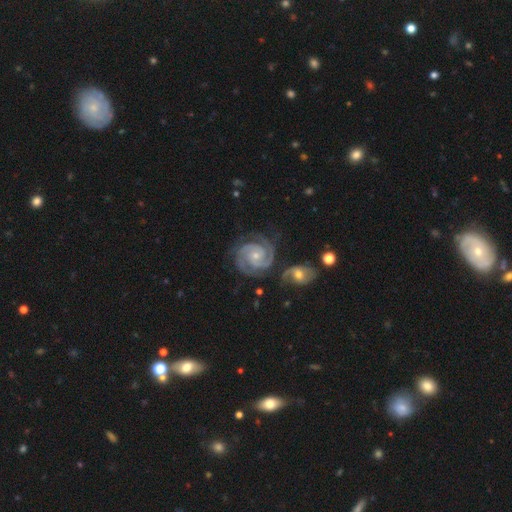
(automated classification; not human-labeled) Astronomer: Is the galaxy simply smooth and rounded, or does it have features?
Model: featured or disk — 93%.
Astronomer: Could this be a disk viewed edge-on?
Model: no — 98%.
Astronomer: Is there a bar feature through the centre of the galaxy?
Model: no — 67%.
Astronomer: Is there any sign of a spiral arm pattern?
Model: yes — 99%.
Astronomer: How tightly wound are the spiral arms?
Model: tight — 70%.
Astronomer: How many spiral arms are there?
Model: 2 — 68%.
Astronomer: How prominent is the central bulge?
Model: small — 67%.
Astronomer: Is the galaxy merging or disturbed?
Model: none — 69%.